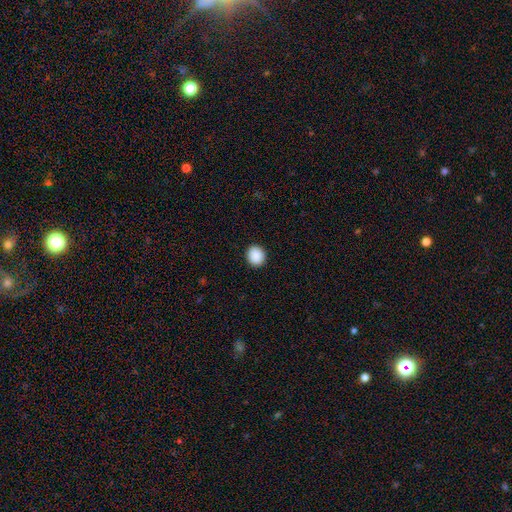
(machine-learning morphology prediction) smooth_or_featured: smooth (p=0.90) [alt: star or artifact p=0.08]
how_rounded: round (p=0.80) [alt: in between p=0.19]
merging: none (p=0.92) [alt: minor disturbance p=0.05]